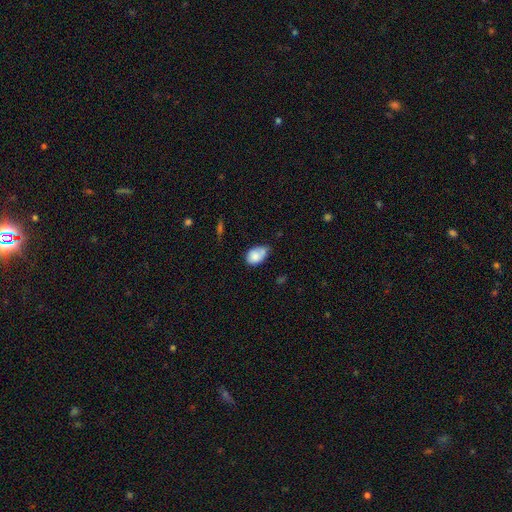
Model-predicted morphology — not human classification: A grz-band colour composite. It shows a smooth galaxy with no disk features (81%) that is in between round and cigar-shaped (80%). Merging: minor disturbance (41%).